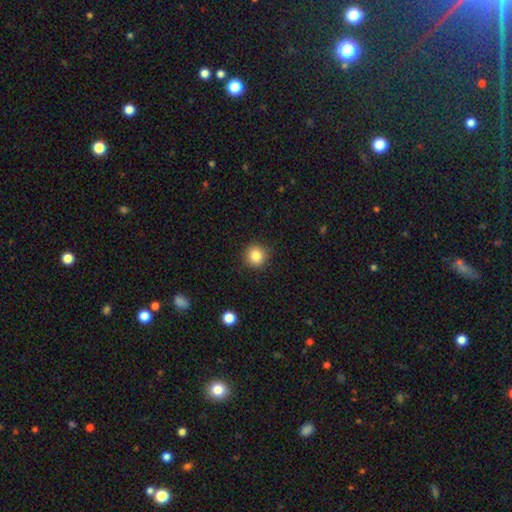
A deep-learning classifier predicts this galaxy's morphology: Smooth or featured?
  - smooth: 85% *
  - star or artifact: 10%
  - featured or disk: 5%
How rounded?
  - round: 93% *
  - in between: 6%
  - cigar-shaped: 1%
Merging?
  - none: 90% *
  - minor disturbance: 7%
  - major disturbance: 2%
  - merger: 1%